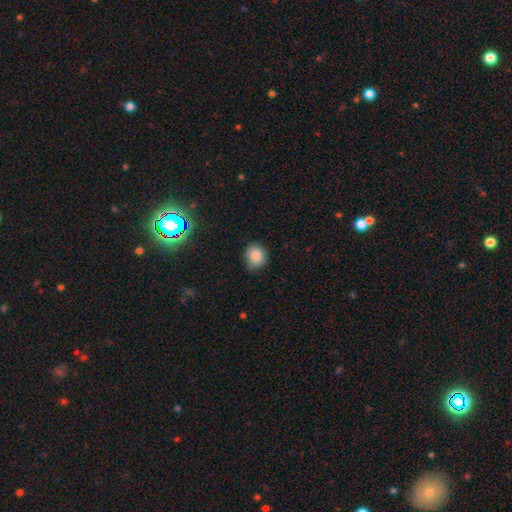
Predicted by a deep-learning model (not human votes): smooth_or_featured: smooth (p=0.84) [alt: star or artifact p=0.11]
how_rounded: round (p=0.72) [alt: in between p=0.27]
merging: none (p=0.74) [alt: minor disturbance p=0.21]